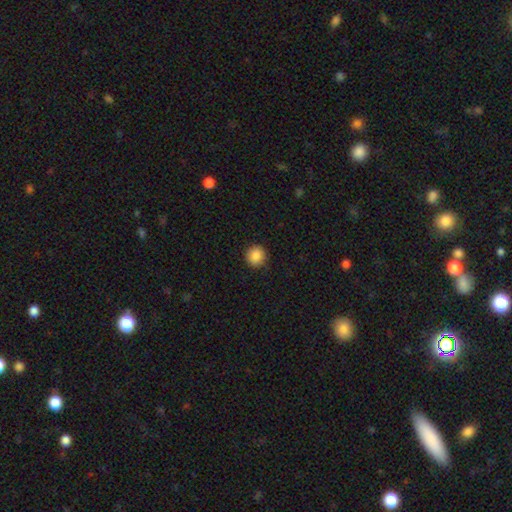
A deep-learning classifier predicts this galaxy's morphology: A smooth galaxy with no disk features (88%) that is round (90%). Merging: none (90%).